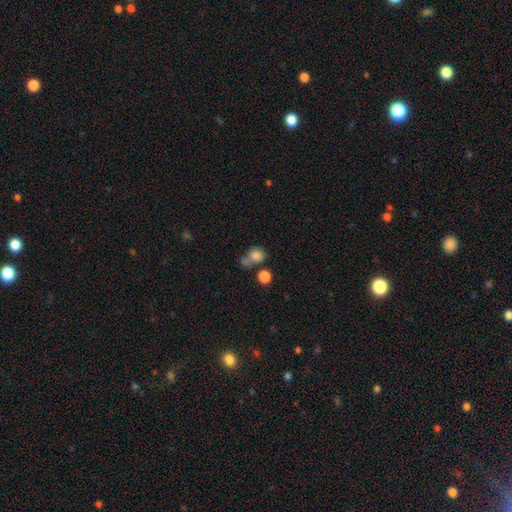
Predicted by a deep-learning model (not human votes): smooth_or_featured: smooth (p=0.78) [alt: star or artifact p=0.12]
how_rounded: round (p=0.75) [alt: in between p=0.24]
merging: none (p=0.40) [alt: merger p=0.35]